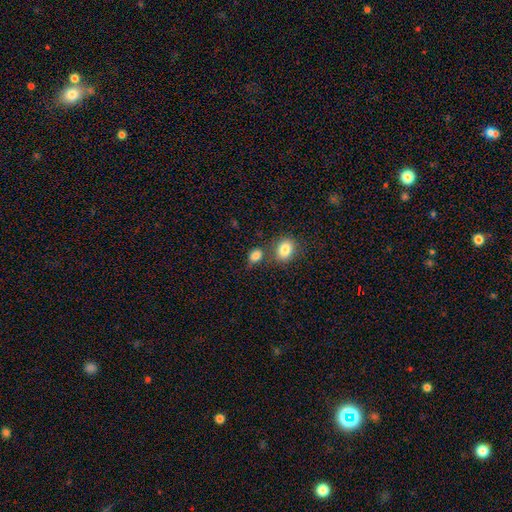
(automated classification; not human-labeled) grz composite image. It shows a smooth galaxy with no disk features (84%) that is in between round and cigar-shaped (58%). Merging: none (57%).